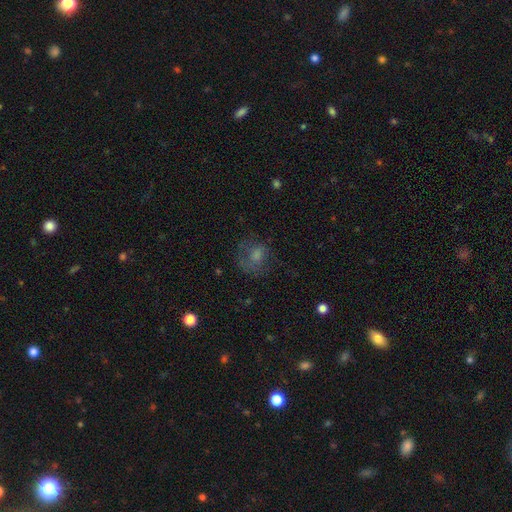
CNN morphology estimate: type=smooth (59%); roundness=round (65%); merging=none (49%).